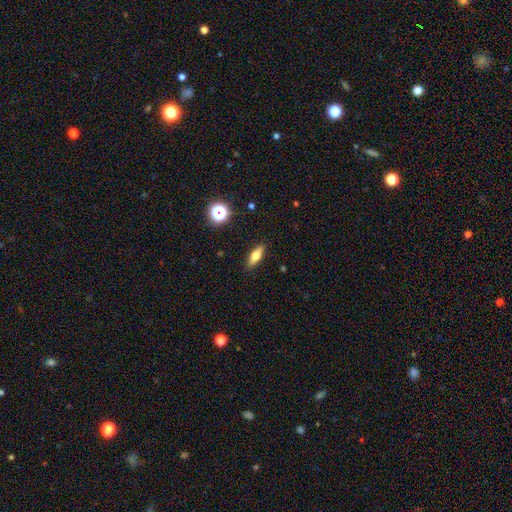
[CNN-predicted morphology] Smooth or featured? Predicted: smooth (p=0.62). How rounded? Predicted: in between (p=0.56). Merging? Predicted: none (p=0.88).